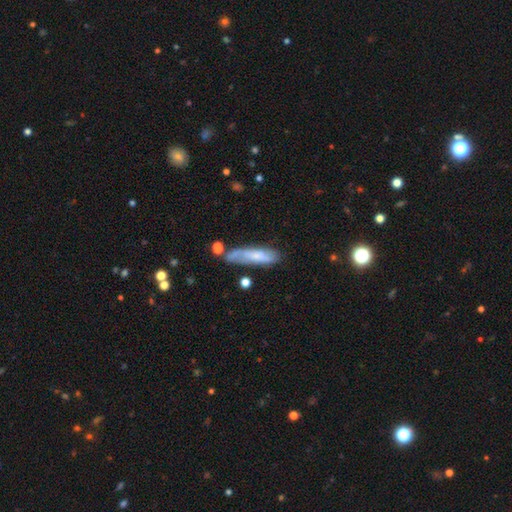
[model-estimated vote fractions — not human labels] Smooth or featured: smooth — 60% (featured or disk — 32%)
How rounded: cigar-shaped — 69% (in between — 29%)
Merging: none — 56% (minor disturbance — 26%)